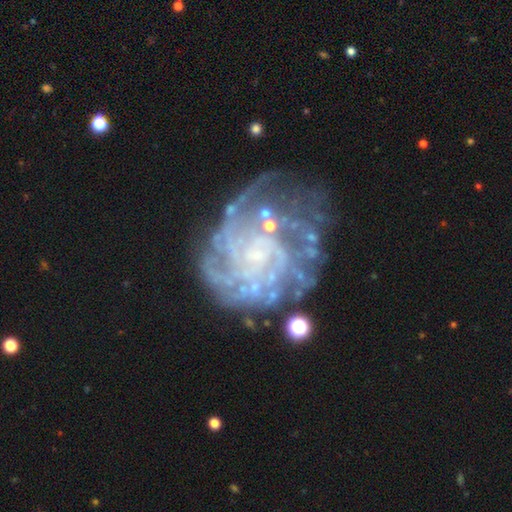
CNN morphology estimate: Overall: featured or disk (86%). Edge-on disk: no (98%). Bar: no (71%). Spiral arms: yes (94%). Spiral arm count: can't tell (34%; 4 18%). Spiral winding: tight (67%). Bulge size: small (52%; none 33%). Merging: none (55%; minor disturbance 22%).